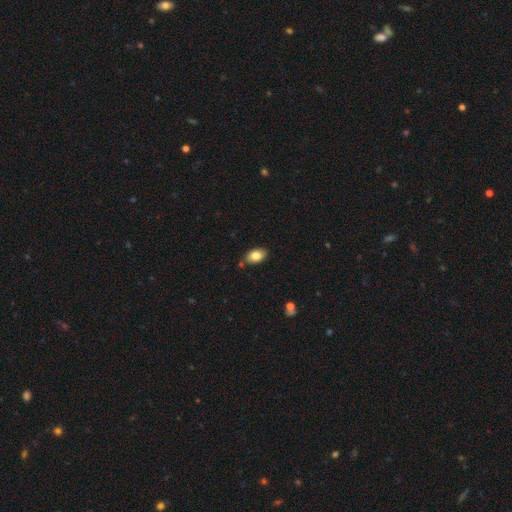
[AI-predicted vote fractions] Smooth or featured: smooth — 82% (featured or disk — 10%)
How rounded: in between — 91% (round — 7%)
Merging: none — 82% (minor disturbance — 13%)